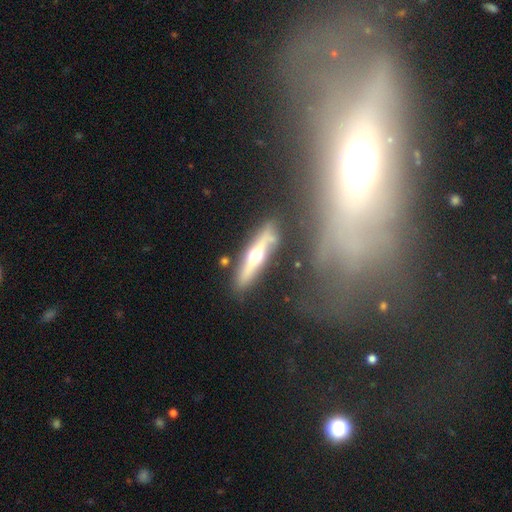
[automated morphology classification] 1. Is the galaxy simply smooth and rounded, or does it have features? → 61% featured or disk, 32% smooth, 7% star or artifact.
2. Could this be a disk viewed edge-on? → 85% yes, 15% no.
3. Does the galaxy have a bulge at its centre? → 92% rounded, 5% none, 3% boxy.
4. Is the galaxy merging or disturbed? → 76% none, 13% minor disturbance, 6% merger, 5% major disturbance.